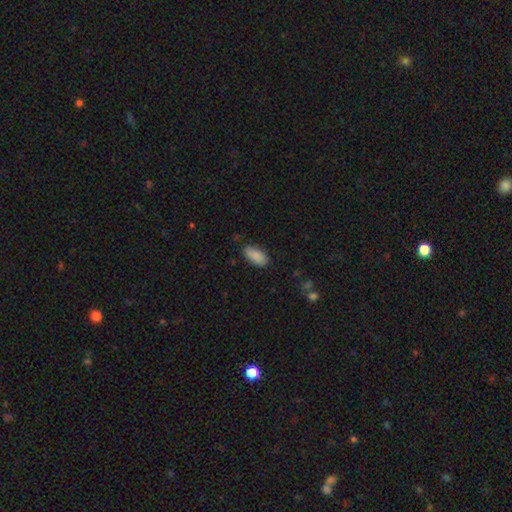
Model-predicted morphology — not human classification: Smooth or featured: smooth — 88% (star or artifact — 7%)
How rounded: in between — 91% (cigar-shaped — 7%)
Merging: none — 80% (minor disturbance — 16%)